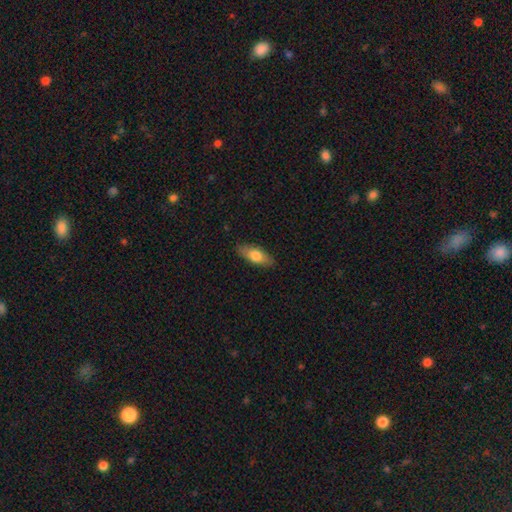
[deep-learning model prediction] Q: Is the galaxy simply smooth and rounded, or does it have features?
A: smooth — 73%.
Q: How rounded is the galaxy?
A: in between — 79%.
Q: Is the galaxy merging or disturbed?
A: none — 85%.